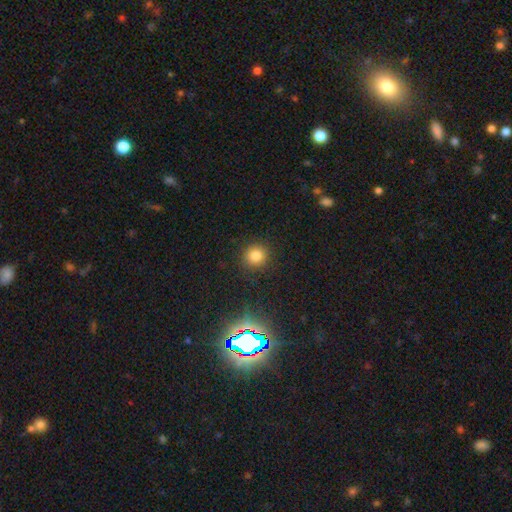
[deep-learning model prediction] Q: Smooth or featured?
A: smooth (79%); runner-up: star or artifact (15%)
Q: How rounded?
A: round (91%); runner-up: in between (8%)
Q: Merging?
A: none (89%); runner-up: minor disturbance (7%)